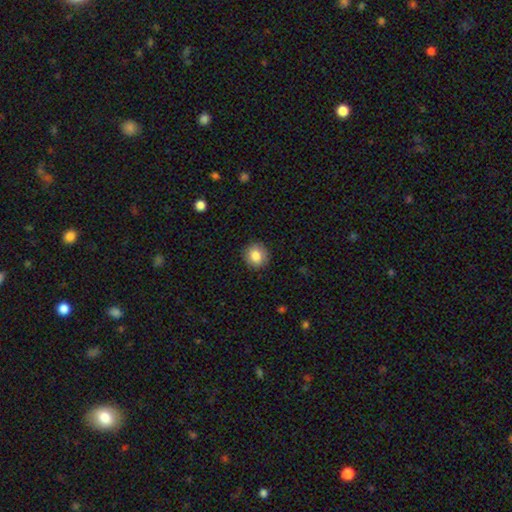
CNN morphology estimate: Overall: smooth (85%). How rounded: round (87%). Merging: none (89%).